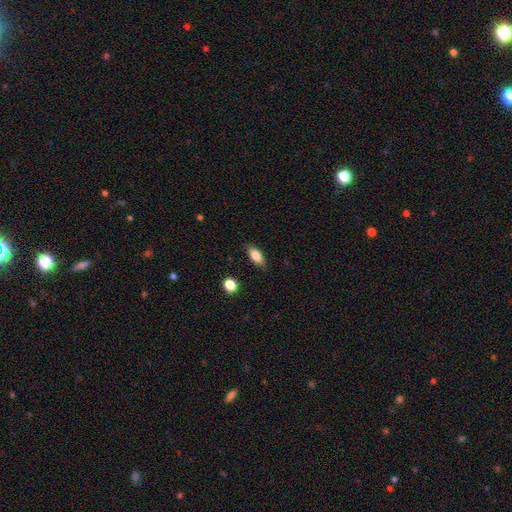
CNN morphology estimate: A smooth galaxy with no disk features (79%) that is in between round and cigar-shaped (83%). Merging: none (83%).